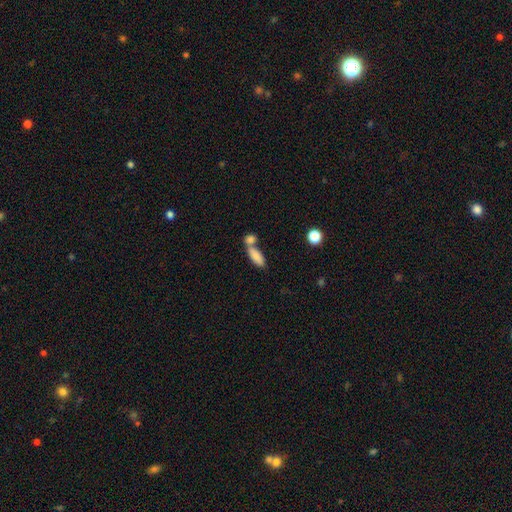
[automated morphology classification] Smooth or featured? smooth (82%)
How rounded? in between (77%)
Merging? merger (50%)